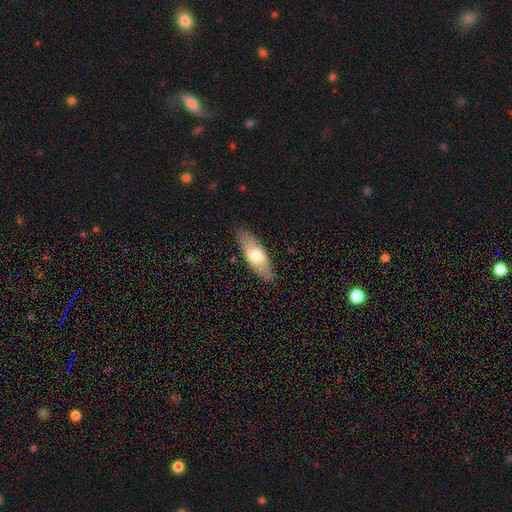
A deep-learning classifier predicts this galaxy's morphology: Overall: smooth (64%; featured or disk 31%). How rounded: in between (72%). Merging: none (86%).